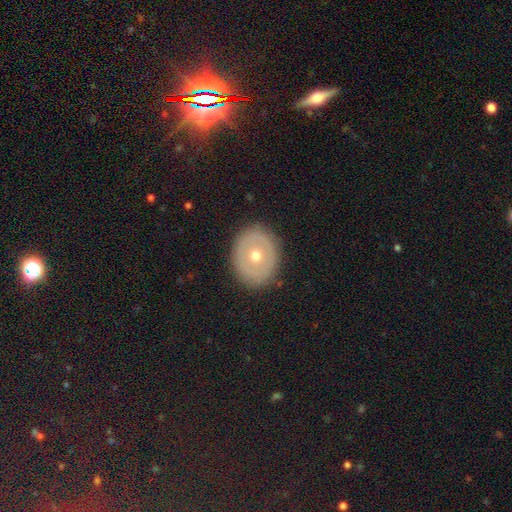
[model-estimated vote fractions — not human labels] Q: Smooth or featured?
A: smooth (47%); runner-up: featured or disk (46%)
Q: Merging?
A: none (88%); runner-up: minor disturbance (8%)